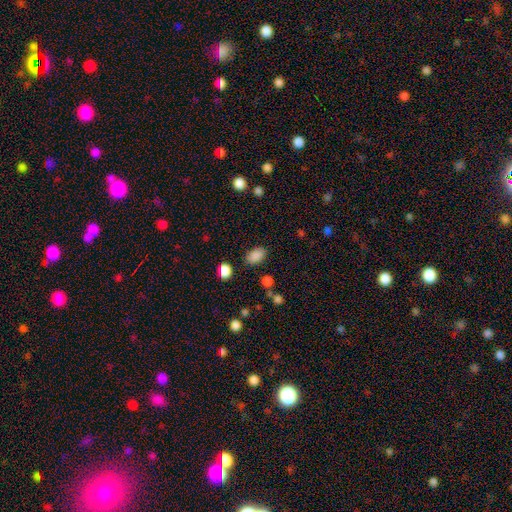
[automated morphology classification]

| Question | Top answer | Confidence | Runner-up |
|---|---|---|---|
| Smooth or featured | smooth | 86% | star or artifact (10%) |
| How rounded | in between | 87% | round (12%) |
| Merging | none | 83% | minor disturbance (11%) |